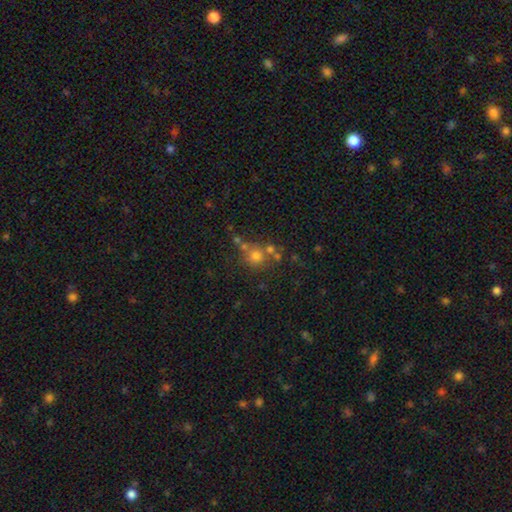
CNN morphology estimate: Smooth or featured? smooth (63%)
How rounded? round (88%)
Merging? none (57%)